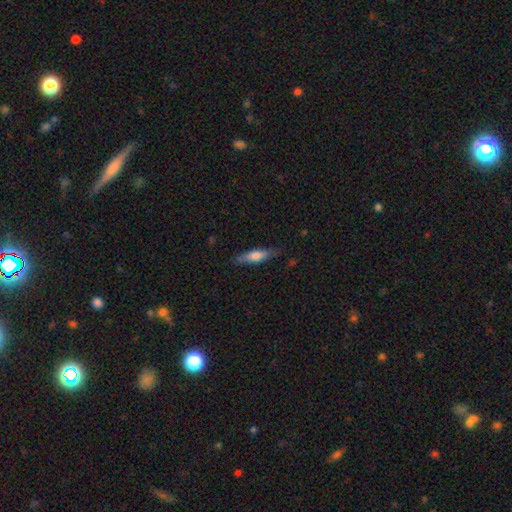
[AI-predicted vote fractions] smooth 63%, featured or disk 31%, star or artifact 6%. Down the decision tree: how rounded — cigar-shaped (69%); merging — none (80%).